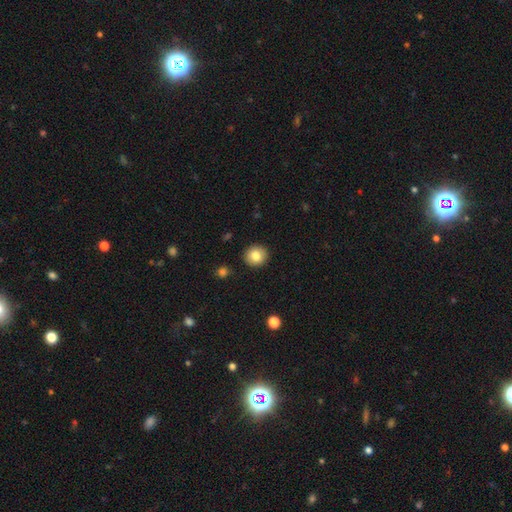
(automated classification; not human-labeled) Q: Smooth or featured?
A: smooth (83%); runner-up: star or artifact (9%)
Q: How rounded?
A: round (87%); runner-up: in between (12%)
Q: Merging?
A: none (91%); runner-up: minor disturbance (6%)